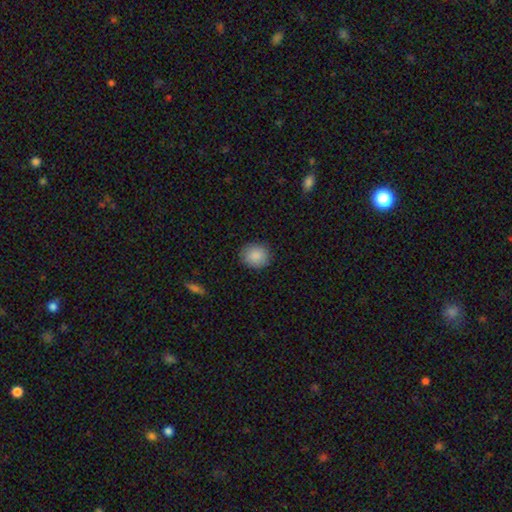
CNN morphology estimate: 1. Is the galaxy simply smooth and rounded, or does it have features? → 89% smooth, 8% star or artifact, 4% featured or disk.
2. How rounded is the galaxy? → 79% round, 20% in between, 1% cigar-shaped.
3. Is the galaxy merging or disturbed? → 88% none, 9% minor disturbance, 2% major disturbance, 1% merger.